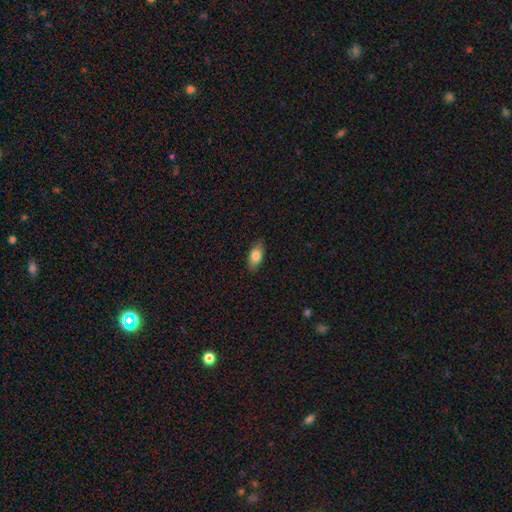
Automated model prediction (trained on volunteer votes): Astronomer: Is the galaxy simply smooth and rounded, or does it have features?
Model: smooth — 80%.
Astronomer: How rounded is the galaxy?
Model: in between — 86%.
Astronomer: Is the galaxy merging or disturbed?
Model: none — 86%.